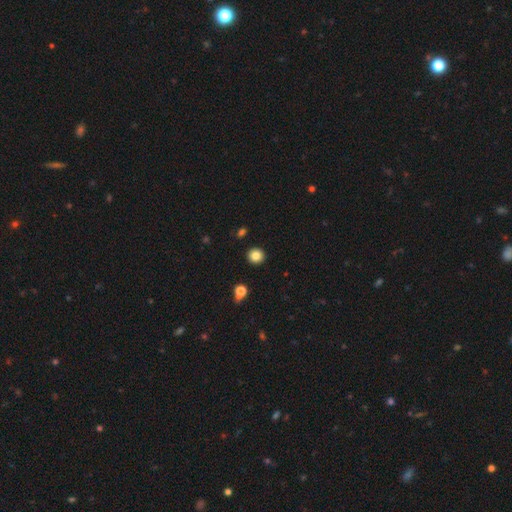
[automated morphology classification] type=smooth (84%); roundness=round (91%); merging=none (92%).